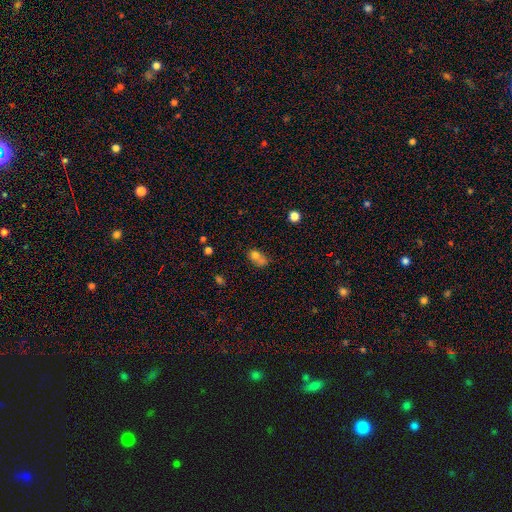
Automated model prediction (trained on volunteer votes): A smooth galaxy with no disk features (71%) that is in between round and cigar-shaped (56%).

Vote fractions:
- Smooth or featured? smooth: 71% / featured or disk: 16% / star or artifact: 14%
- How rounded? in between: 56% / round: 42% / cigar-shaped: 2%
- Merging? merger: 45% / none: 28% / minor disturbance: 16% / major disturbance: 11%